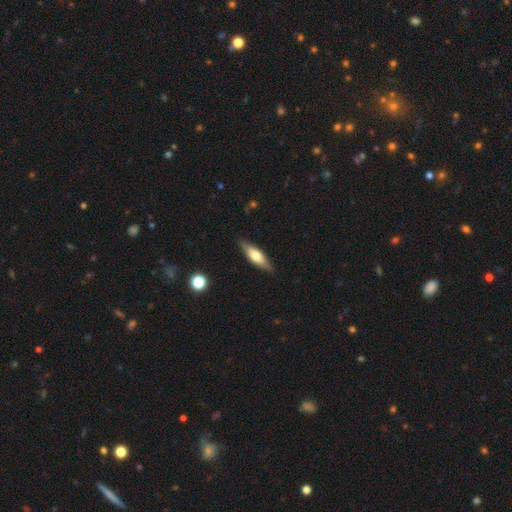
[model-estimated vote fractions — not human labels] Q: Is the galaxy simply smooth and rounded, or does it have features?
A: smooth — 57%.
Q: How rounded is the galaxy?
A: cigar-shaped — 50%.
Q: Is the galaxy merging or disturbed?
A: none — 86%.